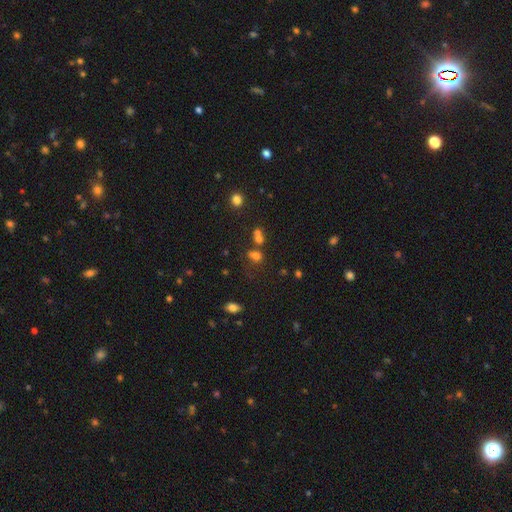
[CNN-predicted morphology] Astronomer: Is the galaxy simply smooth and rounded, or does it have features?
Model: smooth — 63%.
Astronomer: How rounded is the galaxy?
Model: round — 66%.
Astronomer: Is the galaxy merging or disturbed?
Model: none — 42% (runner-up: merger, 40%).